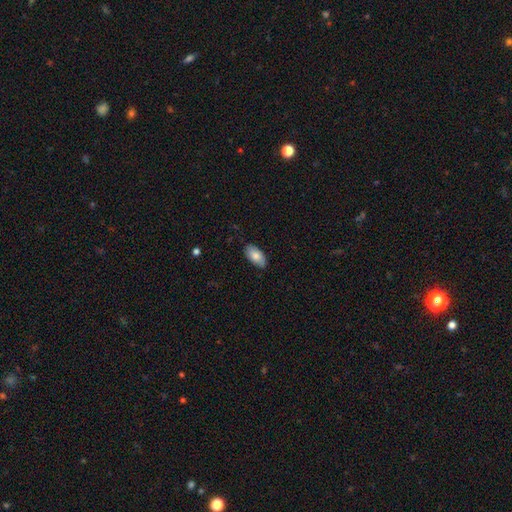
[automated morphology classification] This appears to be a smooth galaxy with no disk features (81%) that is in between round and cigar-shaped (94%). Merging: none (81%).